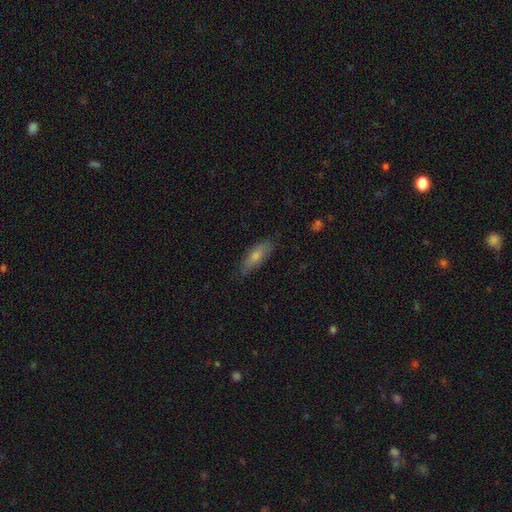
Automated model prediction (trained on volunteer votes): Q: Smooth or featured?
A: smooth (59%); runner-up: featured or disk (32%)
Q: How rounded?
A: cigar-shaped (50%); runner-up: in between (48%)
Q: Merging?
A: none (80%); runner-up: minor disturbance (16%)